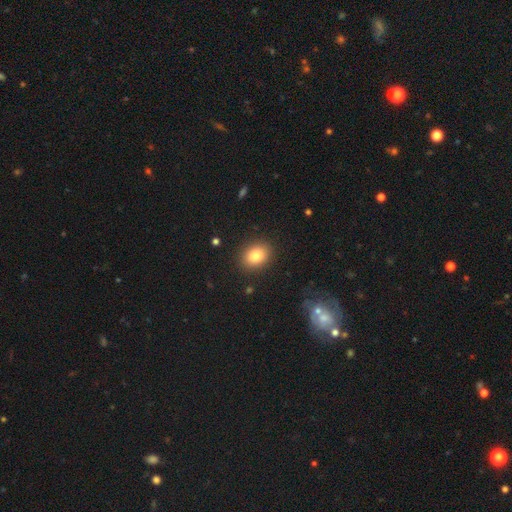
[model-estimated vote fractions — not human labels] A smooth galaxy with no disk features (83%) that is in between round and cigar-shaped (57%).

Vote fractions:
- Smooth or featured? smooth: 83% / star or artifact: 9% / featured or disk: 7%
- How rounded? in between: 57% / round: 42% / cigar-shaped: 1%
- Merging? none: 88% / minor disturbance: 8% / major disturbance: 3% / merger: 1%